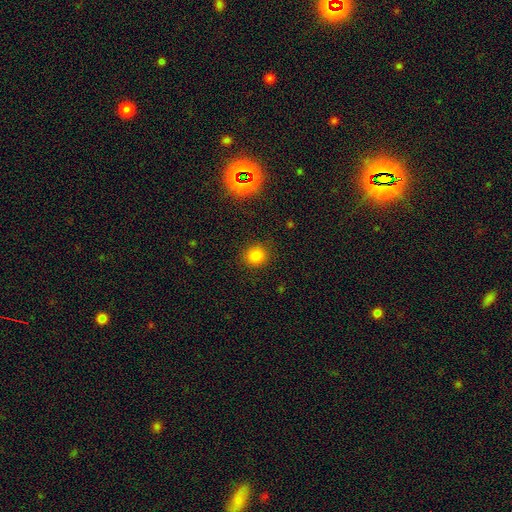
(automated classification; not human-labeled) Overall: smooth (79%). How rounded: round (86%). Merging: none (89%).